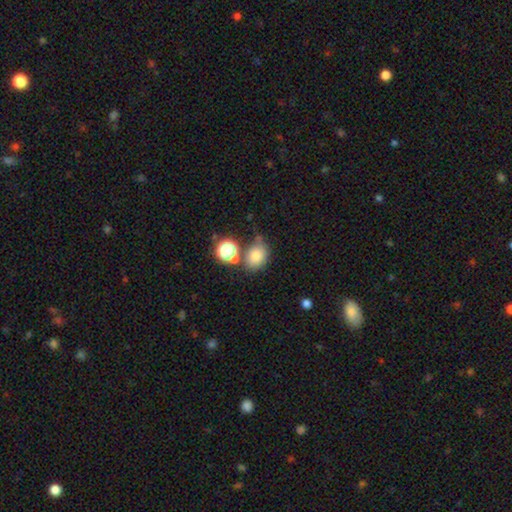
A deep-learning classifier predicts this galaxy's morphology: smooth 76%, star or artifact 15%, featured or disk 9%. Down the decision tree: how rounded — in between (54%); merging — none (60%).